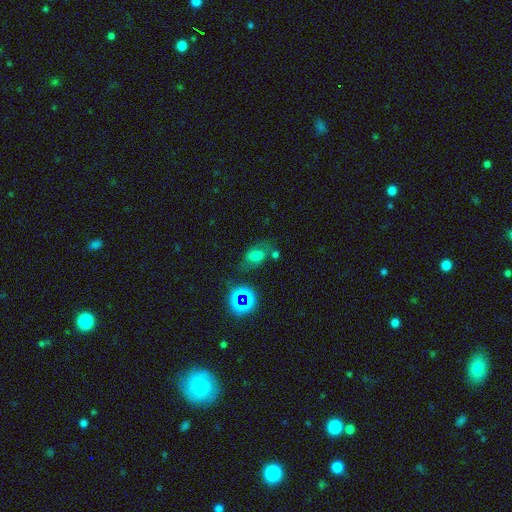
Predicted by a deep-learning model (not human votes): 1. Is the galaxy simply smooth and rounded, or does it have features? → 60% smooth, 23% star or artifact, 17% featured or disk.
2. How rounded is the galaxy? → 78% in between, 20% round, 2% cigar-shaped.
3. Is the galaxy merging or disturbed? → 56% none, 21% minor disturbance, 11% merger, 11% major disturbance.